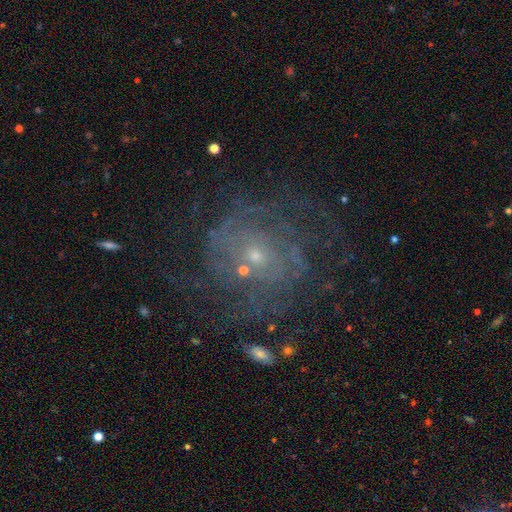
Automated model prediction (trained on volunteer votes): featured or disk 79%, star or artifact 11%, smooth 10%. Down the decision tree: edge-on disk — no (97%); bar — no (78%); spiral arms — yes (87%); spiral arm count — can't tell (42%); spiral winding — tight (60%); bulge size — small (77%); merging — none (65%).